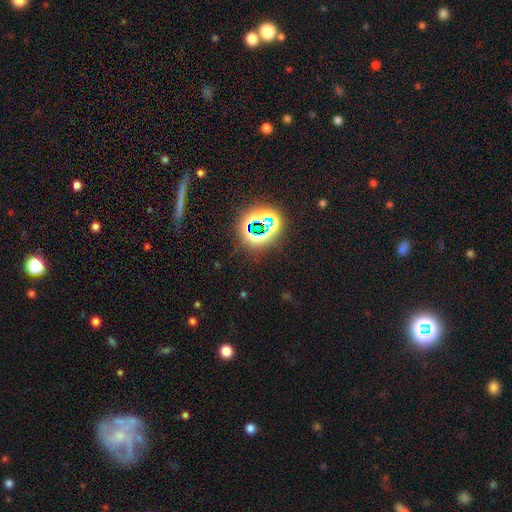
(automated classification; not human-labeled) Morphology: type=star or artifact (78%).